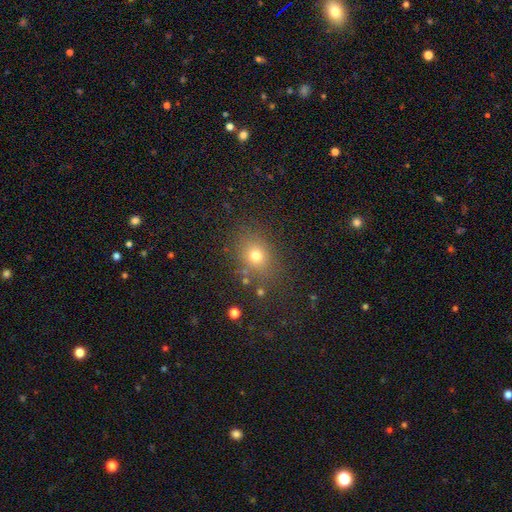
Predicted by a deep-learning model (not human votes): Morphology: type=smooth (74%); roundness=round (53%); merging=none (79%).